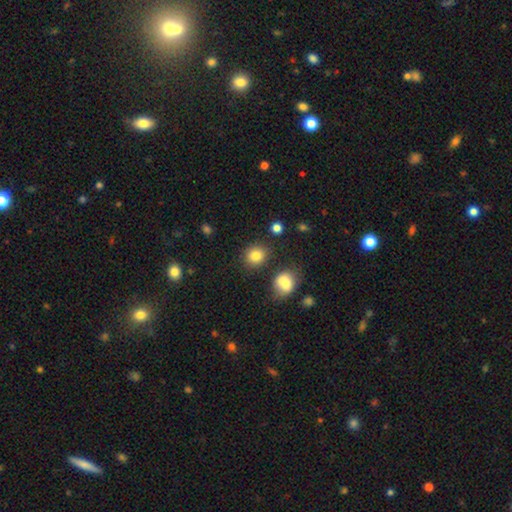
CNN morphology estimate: Smooth or featured?
  - smooth: 82% *
  - star or artifact: 11%
  - featured or disk: 6%
How rounded?
  - round: 78% *
  - in between: 21%
  - cigar-shaped: 1%
Merging?
  - none: 82% *
  - minor disturbance: 9%
  - merger: 6%
  - major disturbance: 3%